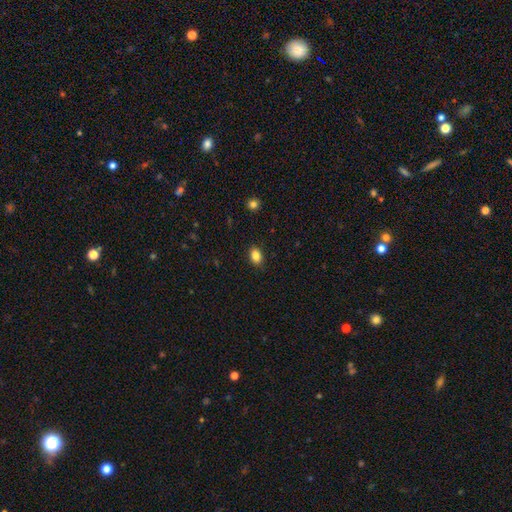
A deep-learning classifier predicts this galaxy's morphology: smooth_or_featured: smooth (p=0.85) [alt: star or artifact p=0.10]
how_rounded: in between (p=0.72) [alt: round p=0.27]
merging: none (p=0.88) [alt: minor disturbance p=0.09]